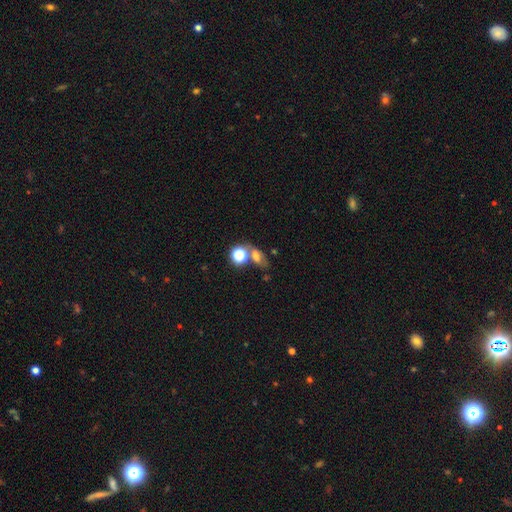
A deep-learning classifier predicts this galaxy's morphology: Smooth or featured? smooth (54%)
How rounded? in between (63%)
Merging? none (49%)